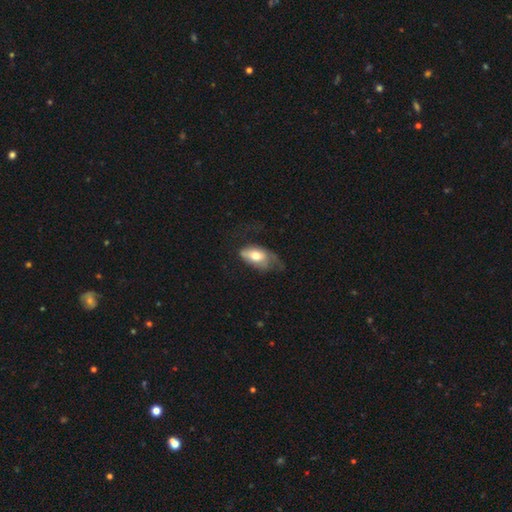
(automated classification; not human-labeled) Morphology: type=smooth (66%); roundness=in between (90%); merging=major disturbance (37%).